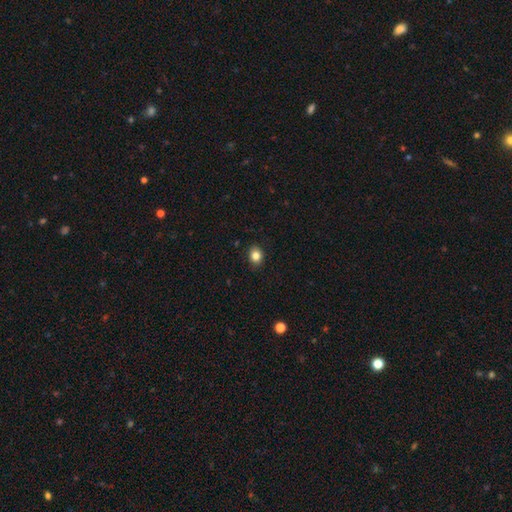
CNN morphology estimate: A smooth galaxy with no disk features (83%) that is round (51%). Merging: none (89%).